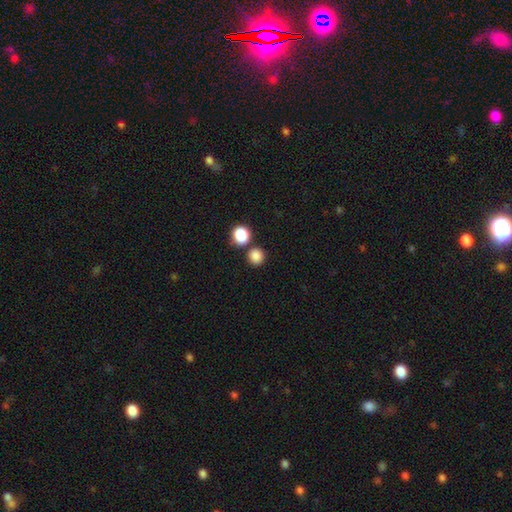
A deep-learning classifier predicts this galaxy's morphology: smooth_or_featured: smooth (p=0.85) [alt: star or artifact p=0.12]
how_rounded: round (p=0.91) [alt: in between p=0.08]
merging: none (p=0.76) [alt: merger p=0.14]